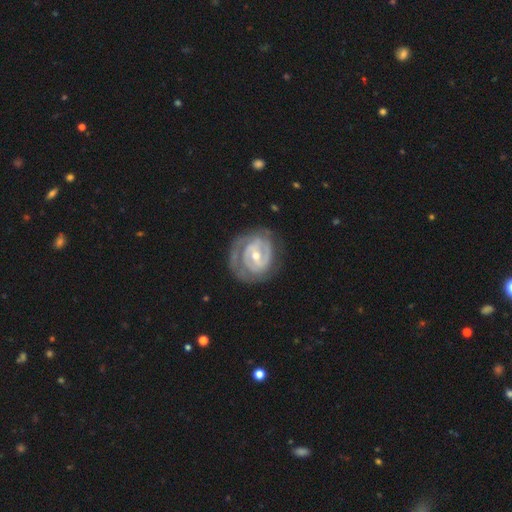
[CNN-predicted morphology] Smooth or featured? featured or disk (88%)
Edge-on disk? no (97%)
Bar? weak (45%)
Spiral arms? yes (93%)
Spiral winding? tight (71%)
Spiral arm count? 2 (52%)
Bulge size? moderate (51%)
Merging? none (71%)